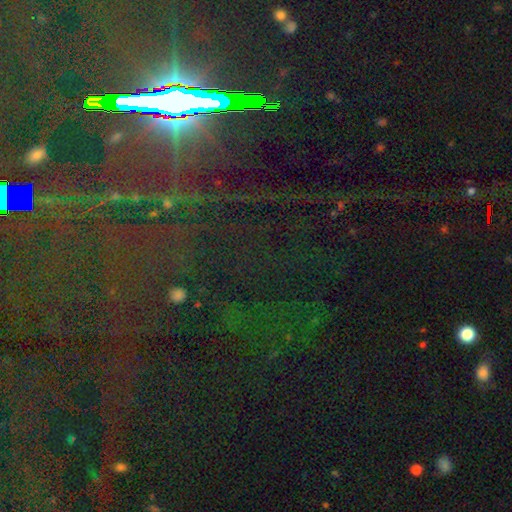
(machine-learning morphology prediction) type=star or artifact (83%).